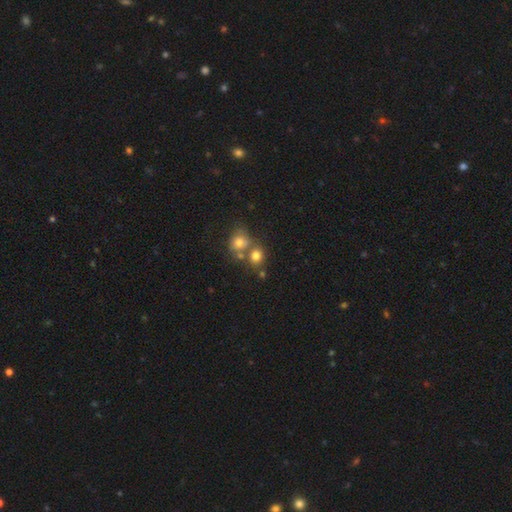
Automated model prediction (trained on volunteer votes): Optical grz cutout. It shows a smooth galaxy with no disk features (76%) that is round (73%). Merging: none (49%).